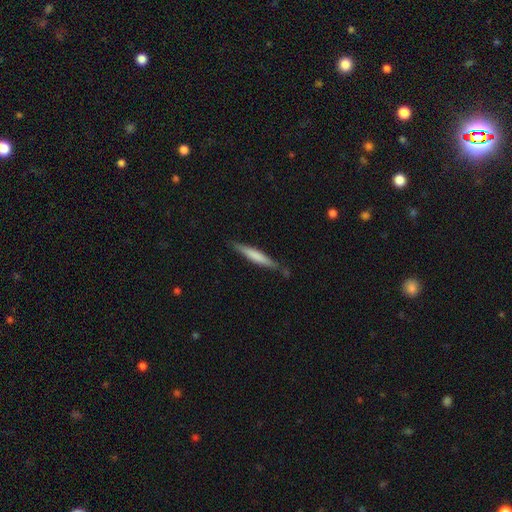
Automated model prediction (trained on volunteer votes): Q: Smooth or featured?
A: smooth (66%); runner-up: featured or disk (29%)
Q: How rounded?
A: cigar-shaped (93%); runner-up: in between (6%)
Q: Merging?
A: none (82%); runner-up: minor disturbance (14%)